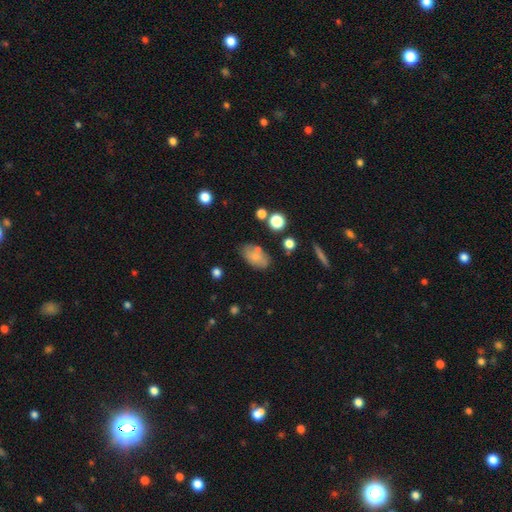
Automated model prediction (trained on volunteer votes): smooth-or-featured: smooth: 76% | featured or disk: 15% | star or artifact: 9%
  how-rounded: in between: 91% | round: 6% | cigar-shaped: 3%
  merging: none: 67% | minor disturbance: 18% | merger: 9% | major disturbance: 6%